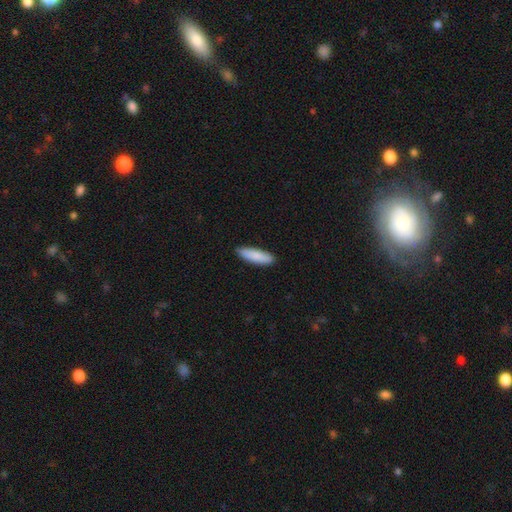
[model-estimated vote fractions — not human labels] This appears to be a smooth galaxy with no disk features (86%) that is cigar-shaped (62%). Merging: none (88%).